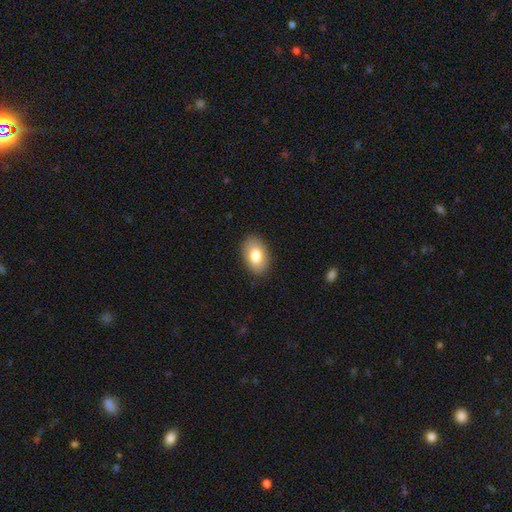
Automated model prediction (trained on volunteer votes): Smooth or featured? smooth (80%)
How rounded? in between (89%)
Merging? none (87%)